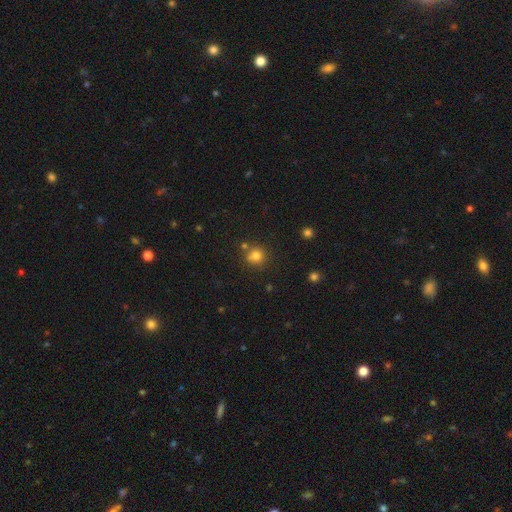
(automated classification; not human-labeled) The model was most divided on "merging": none: 71%, merger: 16%, minor disturbance: 10%, major disturbance: 3%. More confident: how rounded — round (90%); smooth or featured — smooth (78%).